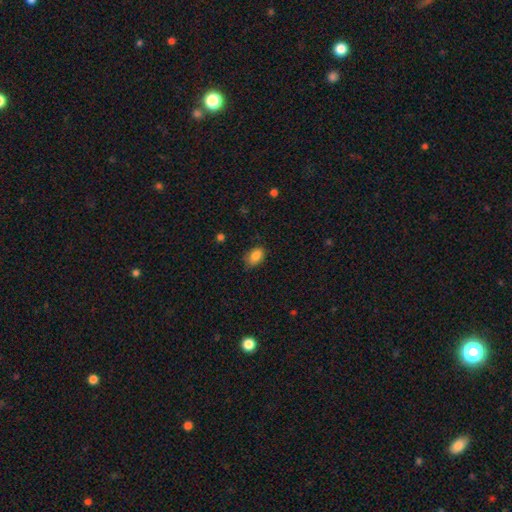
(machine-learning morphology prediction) Overall: smooth (86%). How rounded: in between (85%). Merging: none (73%).